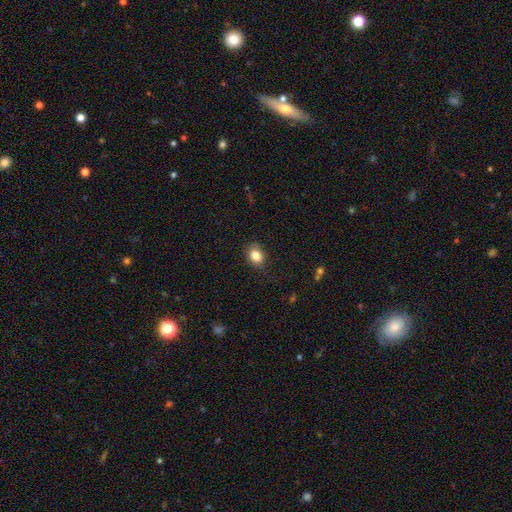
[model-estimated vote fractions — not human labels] Smooth or featured?
  - smooth: 84% *
  - star or artifact: 10%
  - featured or disk: 6%
How rounded?
  - in between: 54% *
  - round: 45%
  - cigar-shaped: 1%
Merging?
  - none: 79% *
  - minor disturbance: 16%
  - major disturbance: 4%
  - merger: 1%